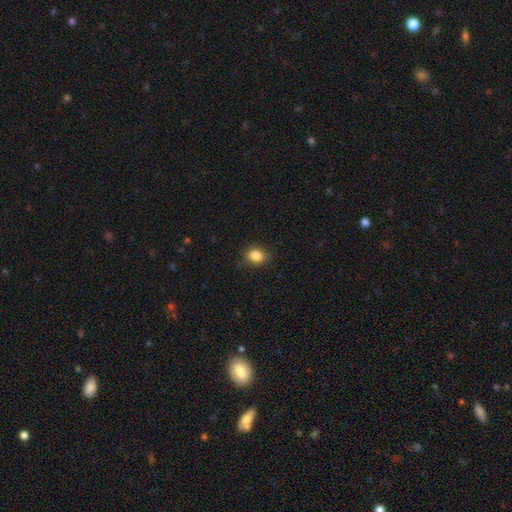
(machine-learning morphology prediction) This is clearly a smooth galaxy (86%). How rounded: possibly in between (52%). Merging: clearly none (84%).